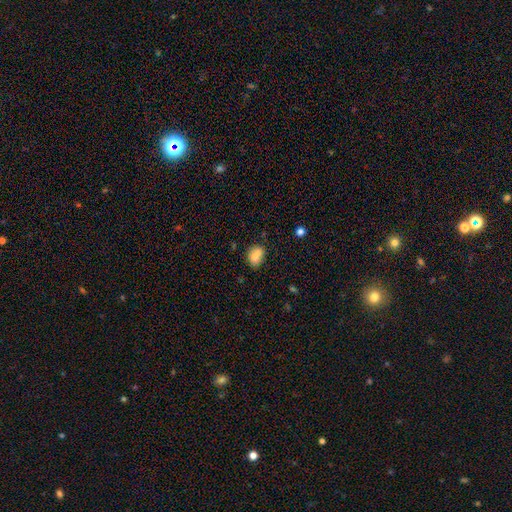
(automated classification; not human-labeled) A smooth galaxy with no disk features (76%) that is in between round and cigar-shaped (58%). Merging: none (42%).